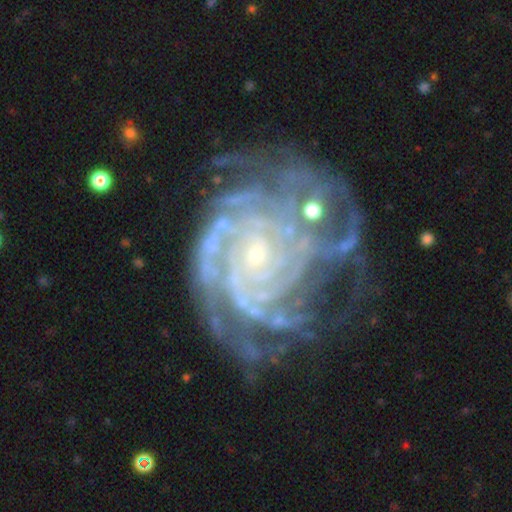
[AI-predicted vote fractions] Overall: featured or disk (90%). Edge-on disk: no (98%). Bar: no (75%). Spiral arms: yes (97%). Spiral arm count: 4 (26%; can't tell 23%). Spiral winding: tight (77%). Bulge size: small (83%). Merging: none (57%; minor disturbance 22%).